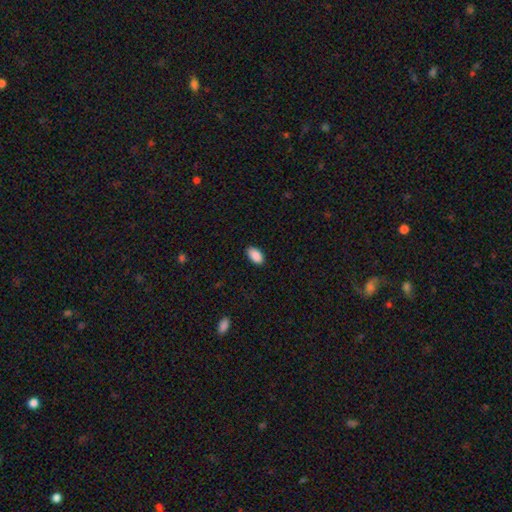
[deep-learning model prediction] The model was most divided on "merging": none: 87%, minor disturbance: 10%, major disturbance: 2%, merger: 1%. More confident: how rounded — in between (94%); smooth or featured — smooth (90%).